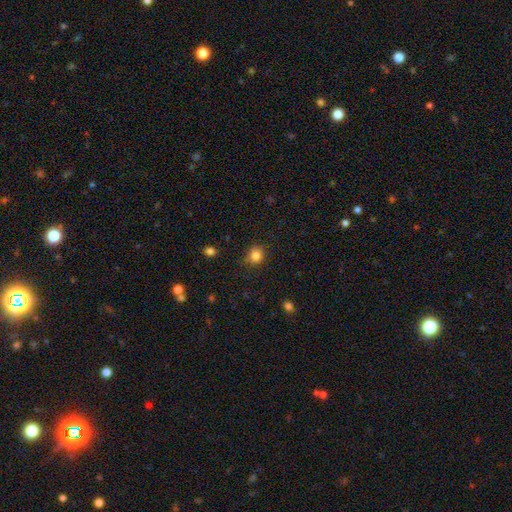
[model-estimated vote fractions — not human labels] Morphology: type=smooth (84%); roundness=round (81%); merging=none (82%).